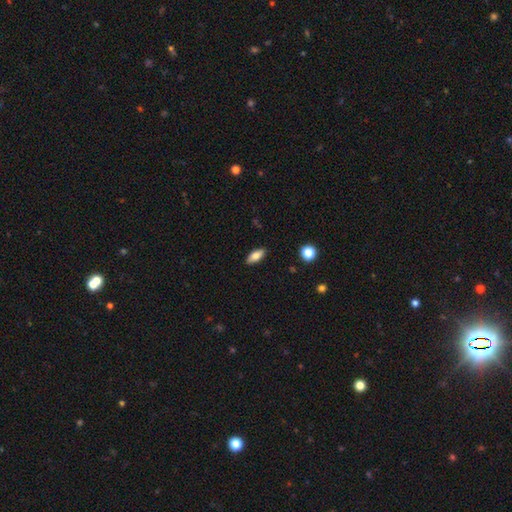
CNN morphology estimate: smooth_or_featured: smooth (p=0.75) [alt: featured or disk p=0.18]
how_rounded: in between (p=0.79) [alt: cigar-shaped p=0.18]
merging: none (p=0.89) [alt: minor disturbance p=0.09]